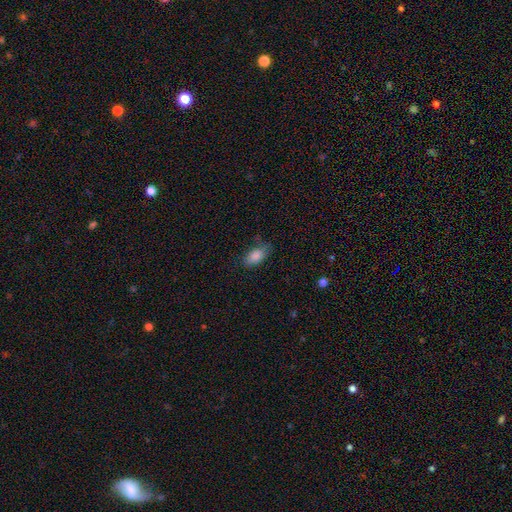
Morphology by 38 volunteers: Volunteers were most divided on "merging": none: 69%, minor disturbance: 25%, major disturbance: 6%, merger: 0%. More confident: how rounded — in between (94%); smooth or featured — smooth (84%).